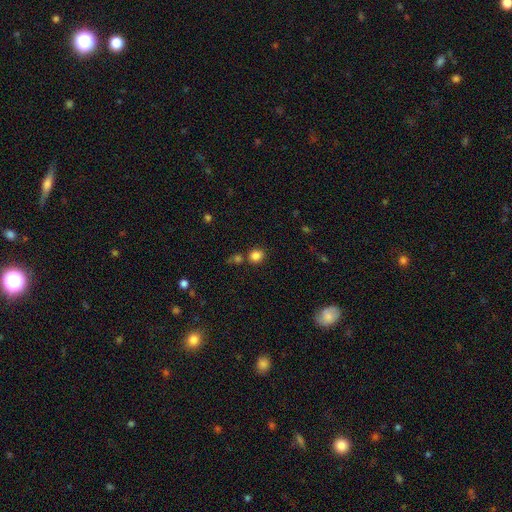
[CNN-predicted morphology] type=smooth (84%); roundness=round (70%); merging=none (74%).